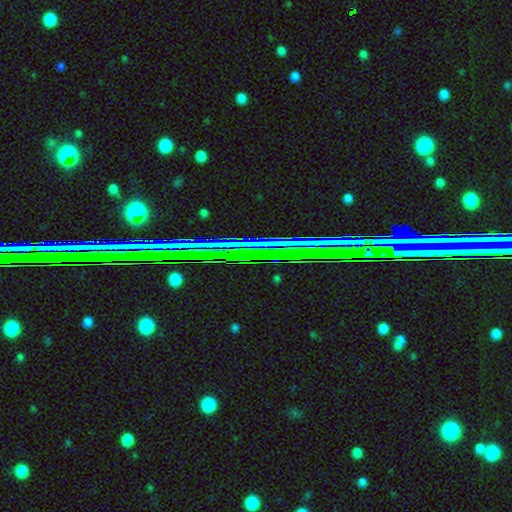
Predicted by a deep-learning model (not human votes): This appears to be a star or artifact, not a galaxy (74%).